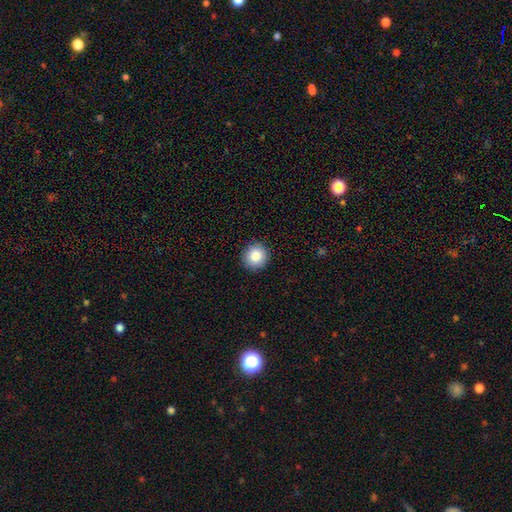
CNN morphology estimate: smooth-or-featured: smooth: 85% | star or artifact: 9% | featured or disk: 7%
  how-rounded: round: 92% | in between: 7% | cigar-shaped: 1%
  merging: none: 91% | minor disturbance: 6% | major disturbance: 2% | merger: 1%